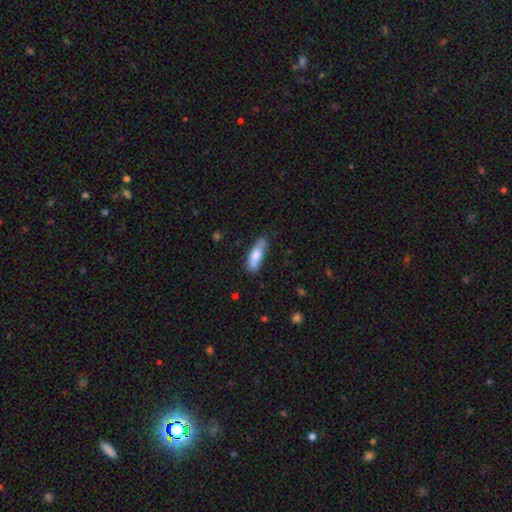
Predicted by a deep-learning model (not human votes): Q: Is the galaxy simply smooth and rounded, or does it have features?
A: smooth — 71%.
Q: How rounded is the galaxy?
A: cigar-shaped — 52%.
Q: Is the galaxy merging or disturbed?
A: none — 69%.